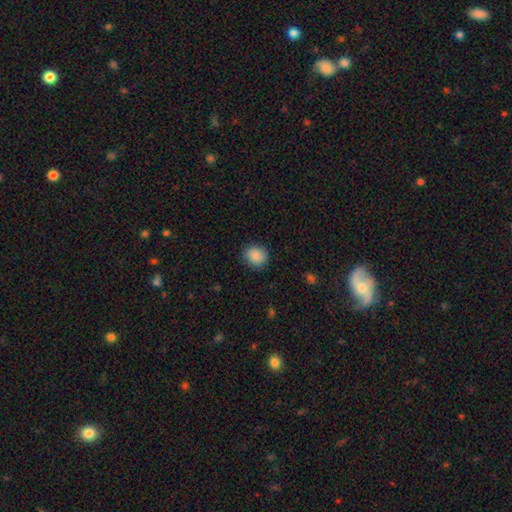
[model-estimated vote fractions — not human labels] Overall: smooth (88%). How rounded: round (77%). Merging: none (86%).